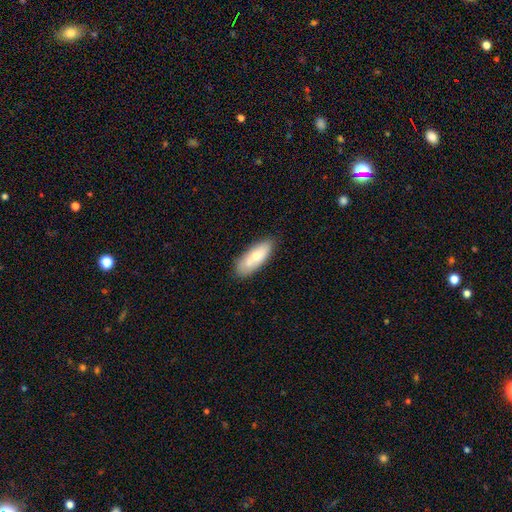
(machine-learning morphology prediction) A smooth galaxy with no disk features (63%) that is in between round and cigar-shaped (73%). Merging: none (73%).